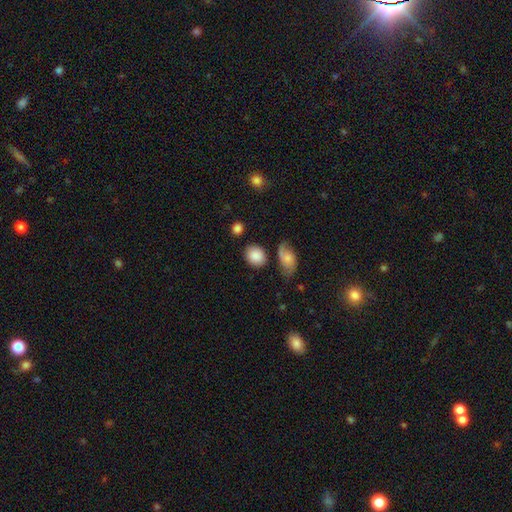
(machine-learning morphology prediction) Smooth or featured?
  - smooth: 84% *
  - featured or disk: 8%
  - star or artifact: 8%
How rounded?
  - round: 58% *
  - in between: 41%
  - cigar-shaped: 1%
Merging?
  - none: 72% *
  - minor disturbance: 16%
  - merger: 7%
  - major disturbance: 5%